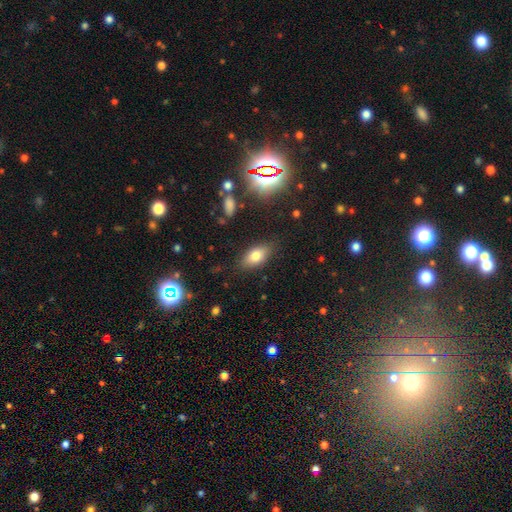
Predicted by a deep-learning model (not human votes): Smooth or featured: smooth — 76% (featured or disk — 14%)
How rounded: in between — 87% (cigar-shaped — 7%)
Merging: none — 81% (minor disturbance — 13%)